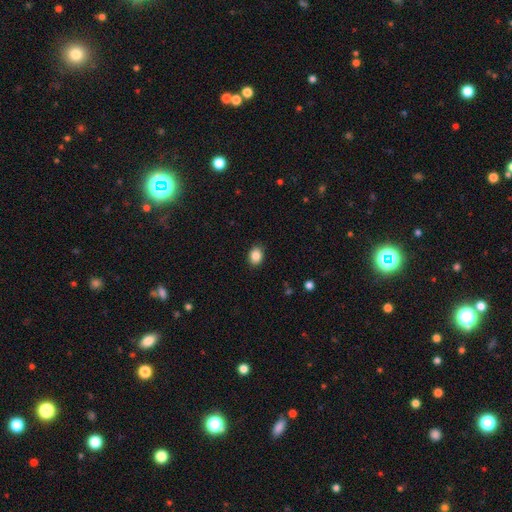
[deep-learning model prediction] Smooth or featured: smooth — 87% (star or artifact — 9%)
How rounded: in between — 63% (round — 36%)
Merging: none — 87% (minor disturbance — 10%)